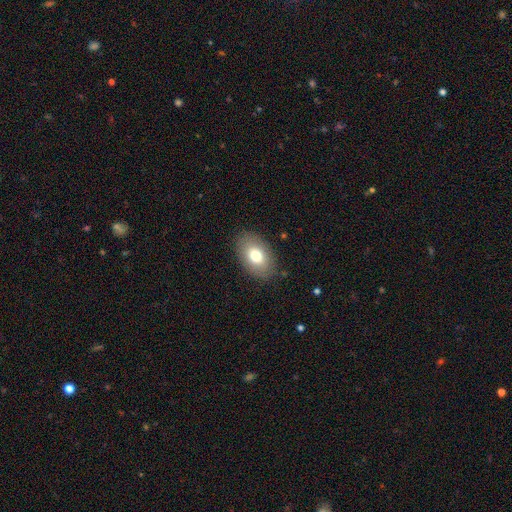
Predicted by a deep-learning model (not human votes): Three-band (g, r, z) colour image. It shows a smooth galaxy with no disk features (75%) that is in between round and cigar-shaped (89%). Merging: none (85%).